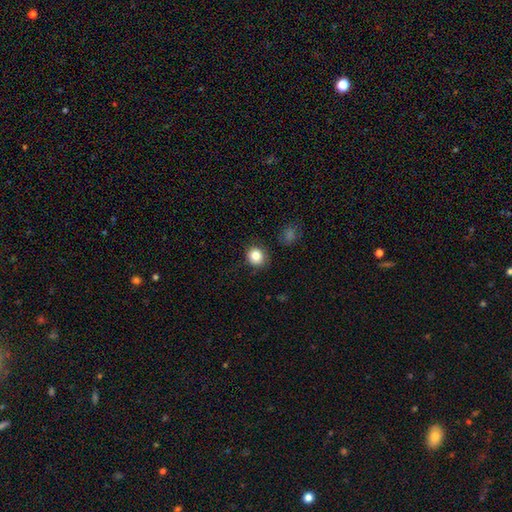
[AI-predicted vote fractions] A smooth galaxy with no disk features (84%) that is round (82%).

Vote fractions:
- Smooth or featured? smooth: 84% / star or artifact: 10% / featured or disk: 6%
- How rounded? round: 82% / in between: 17% / cigar-shaped: 1%
- Merging? none: 85% / minor disturbance: 10% / major disturbance: 3% / merger: 2%